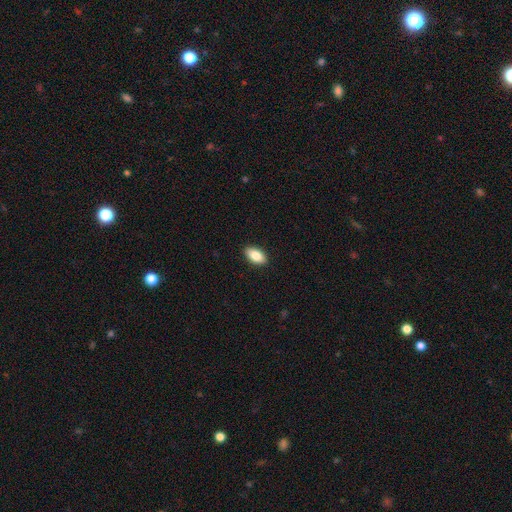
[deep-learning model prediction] Morphology: type=smooth (85%); roundness=in between (92%); merging=none (90%).